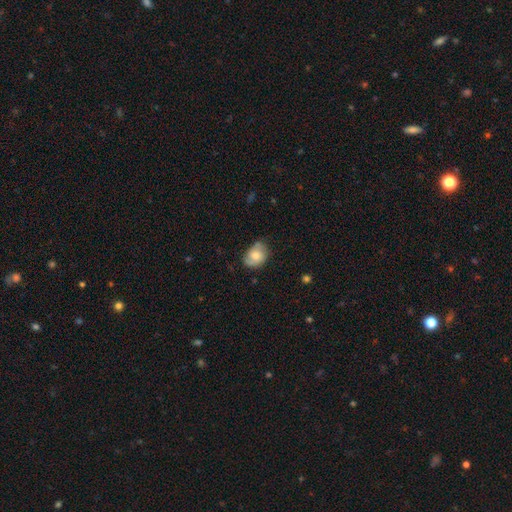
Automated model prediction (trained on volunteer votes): A smooth galaxy with no disk features (60%) that is in between round and cigar-shaped (60%).

Vote fractions:
- Smooth or featured? smooth: 60% / featured or disk: 32% / star or artifact: 8%
- How rounded? in between: 60% / round: 39% / cigar-shaped: 1%
- Merging? none: 61% / minor disturbance: 29% / major disturbance: 8% / merger: 2%